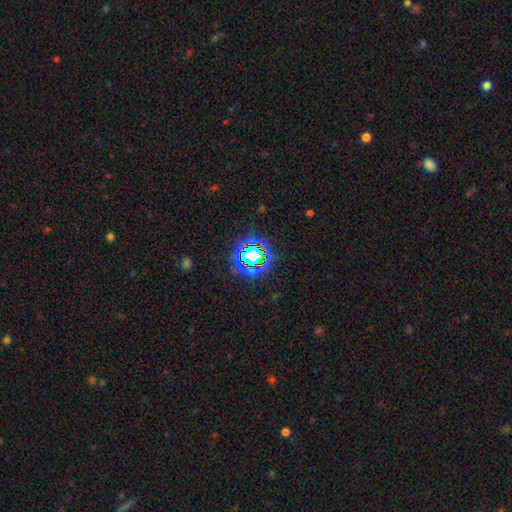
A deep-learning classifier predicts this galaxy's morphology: A star or artifact, not a galaxy (69%).

Vote fractions:
- Smooth or featured? star or artifact: 69% / smooth: 19% / featured or disk: 11%